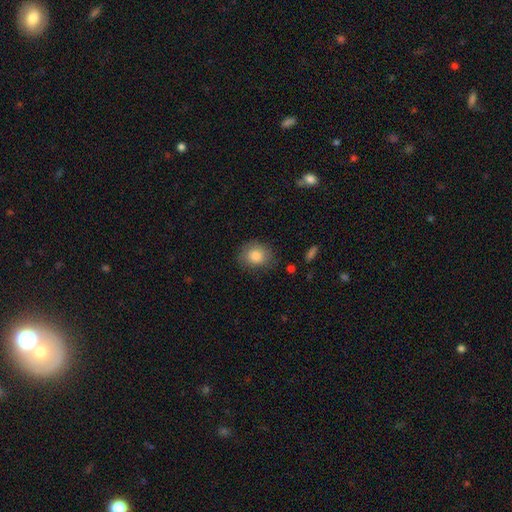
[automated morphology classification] A smooth galaxy with no disk features (85%) that is round (67%). Merging: none (77%).